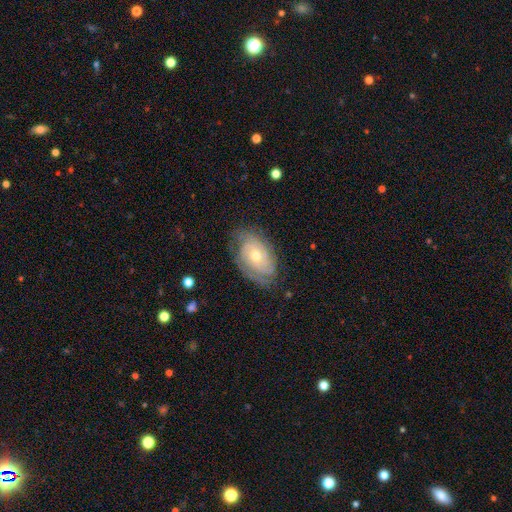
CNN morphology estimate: Overall: featured or disk (81%). Edge-on disk: no (95%). Bar: no (78%). Spiral arms: yes (93%). Spiral arm count: can't tell (33%; 2 30%). Spiral winding: tight (71%). Bulge size: moderate (58%; small 38%). Merging: none (74%).